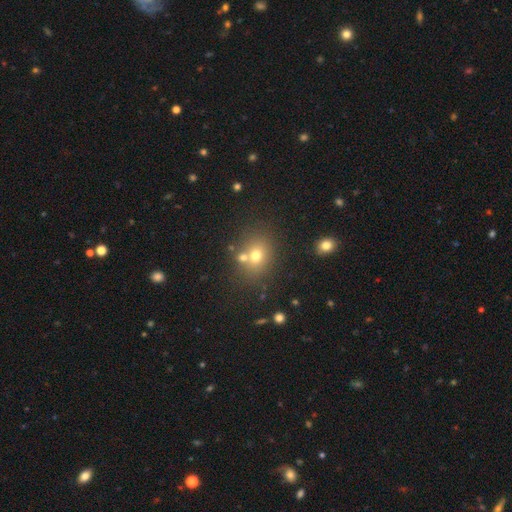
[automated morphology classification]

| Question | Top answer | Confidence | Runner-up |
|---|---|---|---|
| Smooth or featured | smooth | 68% | star or artifact (16%) |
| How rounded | round | 62% | in between (38%) |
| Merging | none | 61% | merger (24%) |